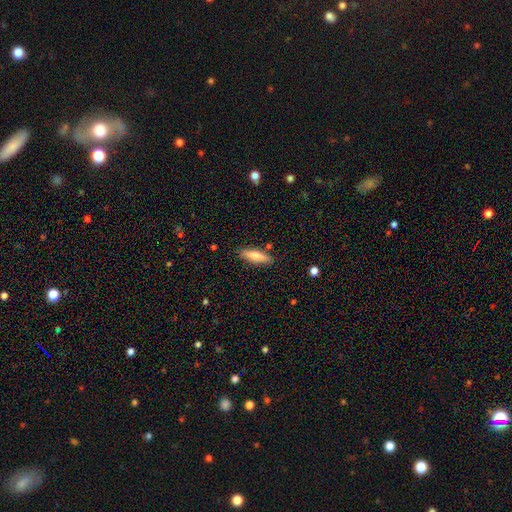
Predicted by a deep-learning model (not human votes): Smooth or featured: smooth — 73% (featured or disk — 21%)
How rounded: cigar-shaped — 65% (in between — 33%)
Merging: none — 86% (minor disturbance — 10%)